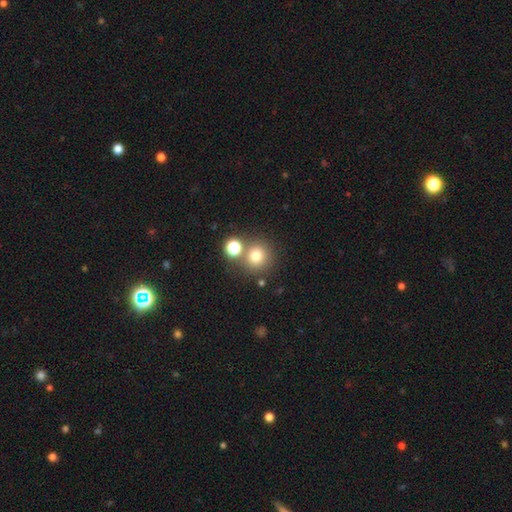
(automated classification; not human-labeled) A smooth galaxy with no disk features (75%) that is round (92%).

Vote fractions:
- Smooth or featured? smooth: 75% / star or artifact: 16% / featured or disk: 9%
- How rounded? round: 92% / in between: 7% / cigar-shaped: 1%
- Merging? none: 69% / merger: 20% / minor disturbance: 8% / major disturbance: 4%